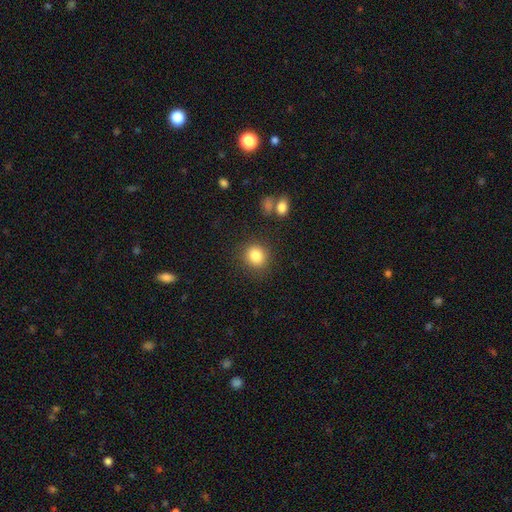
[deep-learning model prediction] Morphology: type=smooth (84%); roundness=round (82%); merging=none (85%).